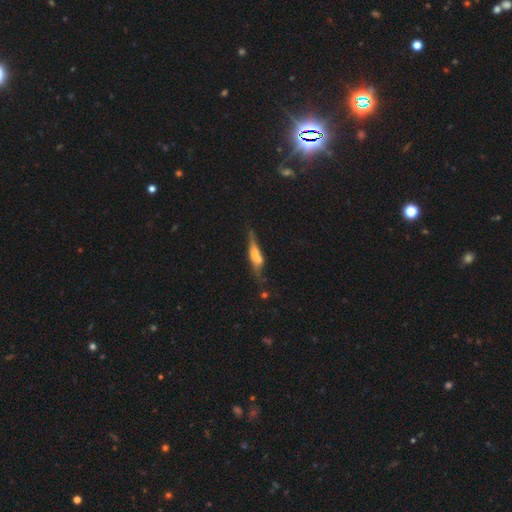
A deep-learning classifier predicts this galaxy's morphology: Smooth or featured: featured or disk — 52% (smooth — 40%)
Edge-on disk: yes — 82% (no — 18%)
Merging: none — 55% (minor disturbance — 22%)